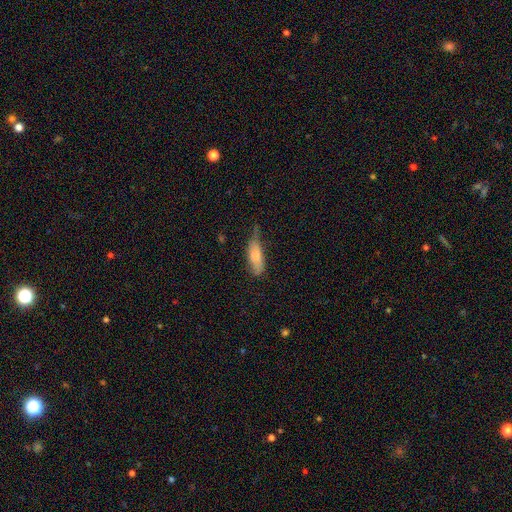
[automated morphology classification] A smooth galaxy with no disk features (76%) that is in between round and cigar-shaped (63%). Merging: minor disturbance (45%).